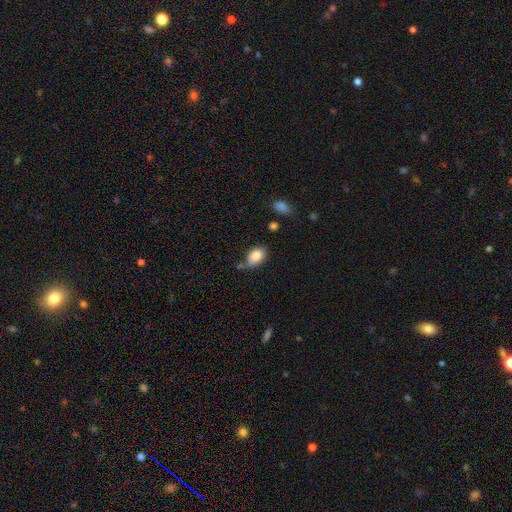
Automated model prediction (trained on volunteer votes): A smooth galaxy with no disk features (86%) that is in between round and cigar-shaped (88%). Merging: none (63%).